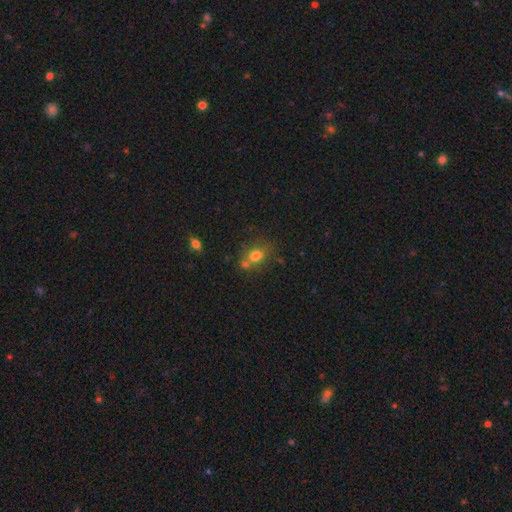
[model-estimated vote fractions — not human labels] Smooth or featured? Predicted: smooth (p=0.76). How rounded? Predicted: round (p=0.50). Merging? Predicted: none (p=0.53).